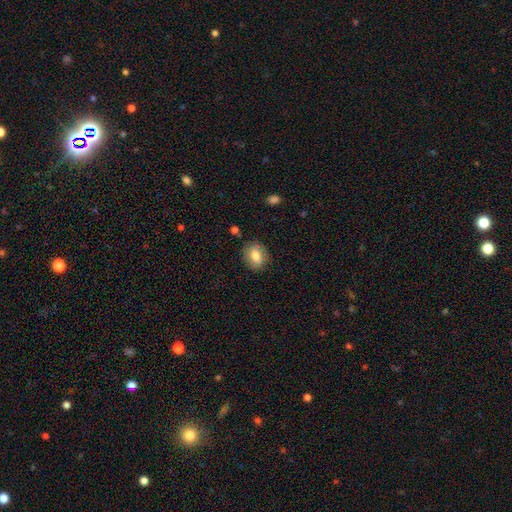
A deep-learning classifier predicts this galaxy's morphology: Smooth or featured: smooth — 79% (featured or disk — 13%)
How rounded: in between — 61% (round — 38%)
Merging: none — 82% (minor disturbance — 13%)